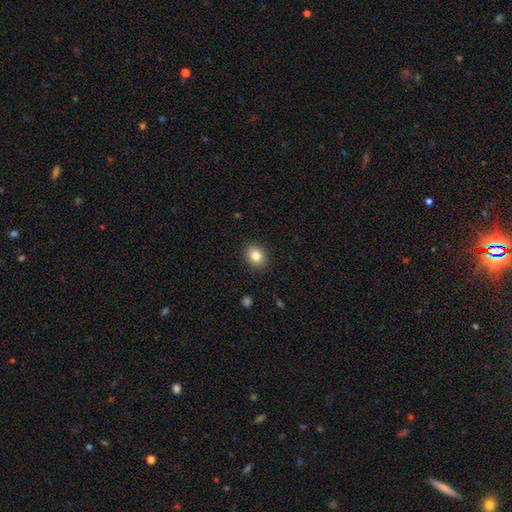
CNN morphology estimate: This is clearly a smooth galaxy (83%). How rounded: possibly round (51%). Merging: clearly none (89%).